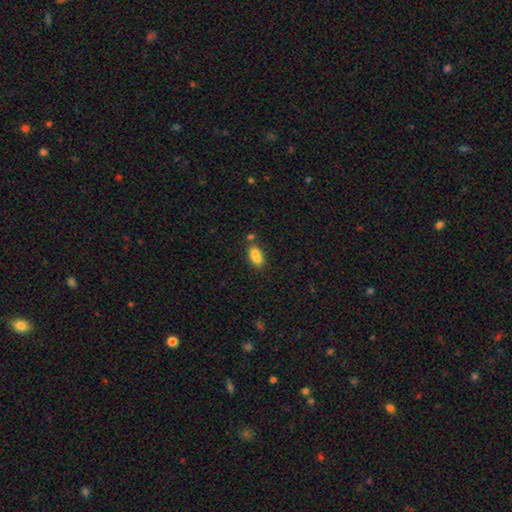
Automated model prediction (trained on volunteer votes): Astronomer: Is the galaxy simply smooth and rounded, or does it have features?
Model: smooth — 76%.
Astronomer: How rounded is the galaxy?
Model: in between — 78%.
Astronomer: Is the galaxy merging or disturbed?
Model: merger — 44% (runner-up: none, 40%).